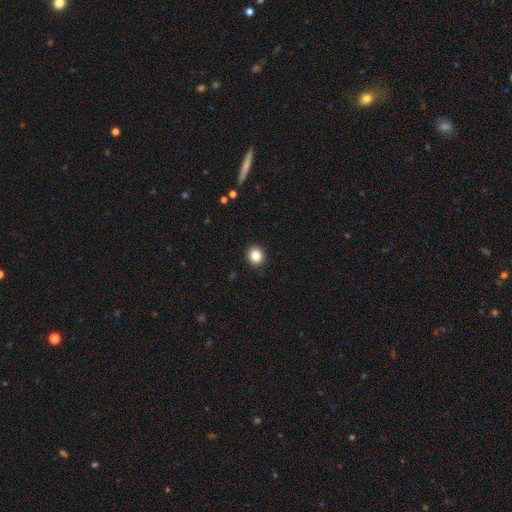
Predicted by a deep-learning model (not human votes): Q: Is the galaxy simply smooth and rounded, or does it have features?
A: smooth — 84%.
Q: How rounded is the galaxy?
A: round — 87%.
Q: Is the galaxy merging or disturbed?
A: none — 92%.